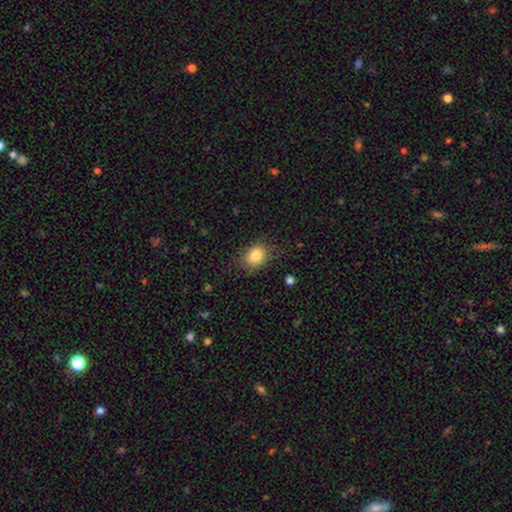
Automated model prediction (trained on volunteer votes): Overall: smooth (83%). How rounded: in between (59%; round 40%). Merging: none (76%).